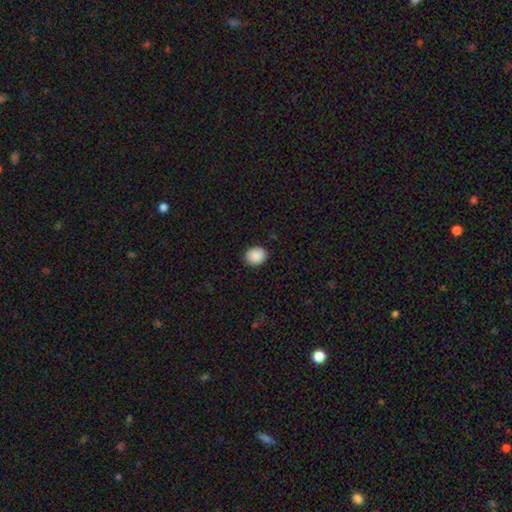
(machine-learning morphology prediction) Overall: smooth (88%). How rounded: round (71%). Merging: none (88%).